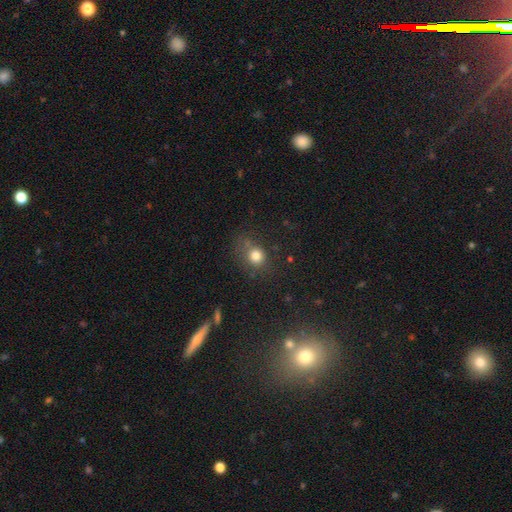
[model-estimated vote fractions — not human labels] This appears to be a smooth galaxy with no disk features (78%) that is round (73%). Merging: none (65%).